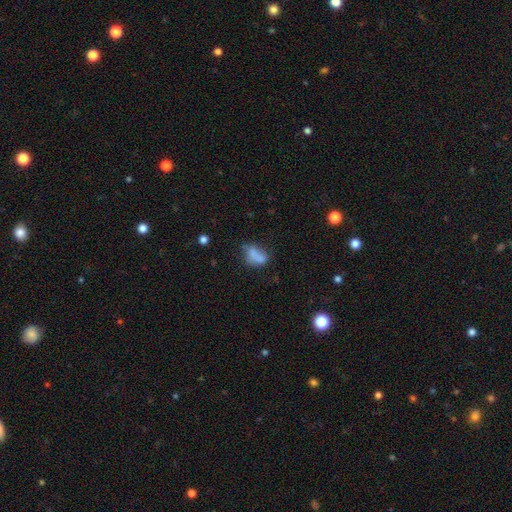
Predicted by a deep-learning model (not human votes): Q: Smooth or featured?
A: smooth (68%); runner-up: featured or disk (20%)
Q: How rounded?
A: in between (80%); runner-up: round (15%)
Q: Merging?
A: none (33%); runner-up: minor disturbance (26%)